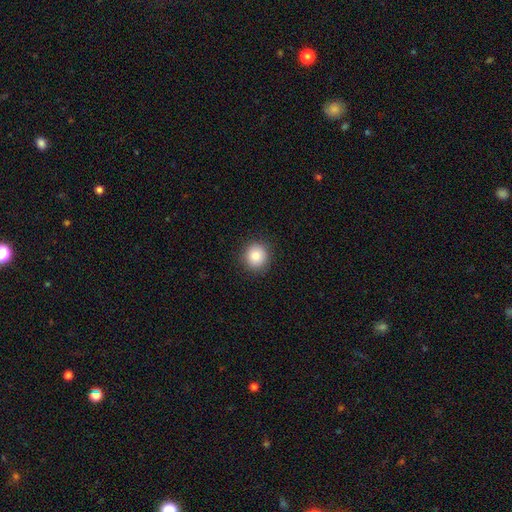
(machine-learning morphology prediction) The model was most divided on "smooth or featured": smooth: 85%, star or artifact: 9%, featured or disk: 6%. More confident: how rounded — round (91%); merging — none (90%).